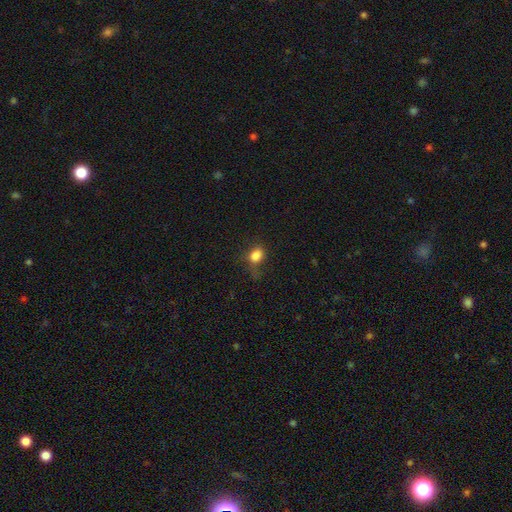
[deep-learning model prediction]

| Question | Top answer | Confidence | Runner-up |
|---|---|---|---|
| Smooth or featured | smooth | 83% | star or artifact (11%) |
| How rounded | in between | 64% | round (34%) |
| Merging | none | 56% | minor disturbance (27%) |